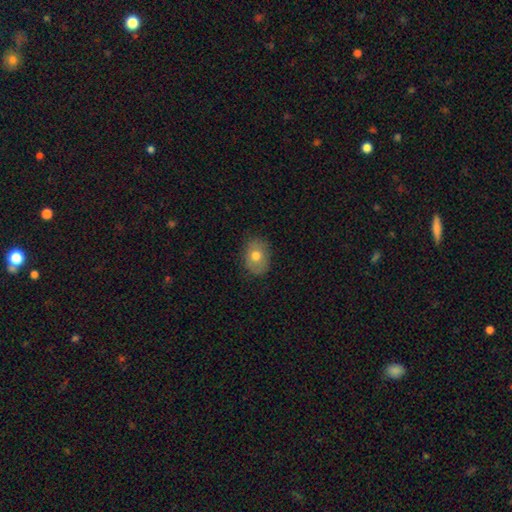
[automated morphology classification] A smooth galaxy with no disk features (72%) that is in between round and cigar-shaped (59%).

Vote fractions:
- Smooth or featured? smooth: 72% / featured or disk: 19% / star or artifact: 9%
- How rounded? in between: 59% / round: 40% / cigar-shaped: 1%
- Merging? none: 82% / minor disturbance: 14% / major disturbance: 3% / merger: 1%